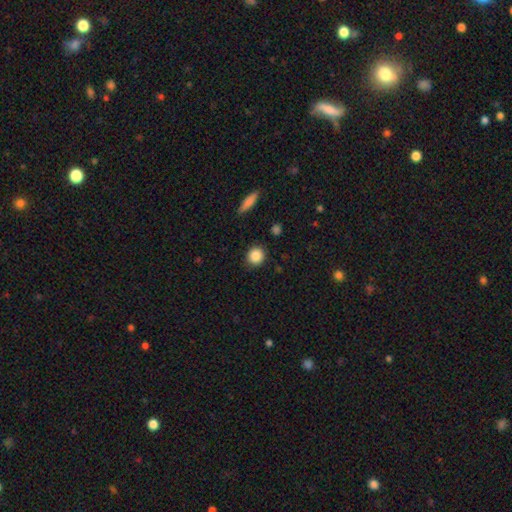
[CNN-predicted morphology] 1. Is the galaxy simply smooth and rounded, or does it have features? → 86% smooth, 9% star or artifact, 5% featured or disk.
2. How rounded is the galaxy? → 86% round, 13% in between, 1% cigar-shaped.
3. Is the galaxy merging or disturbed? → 89% none, 7% minor disturbance, 2% major disturbance, 2% merger.